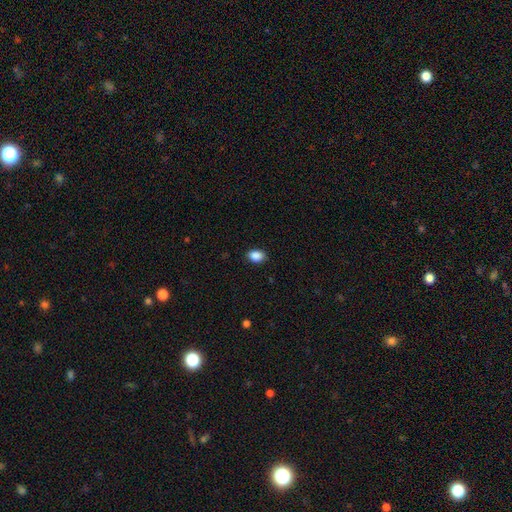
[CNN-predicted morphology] This appears to be a smooth galaxy with no disk features (89%) that is in between round and cigar-shaped (82%). Merging: none (87%).